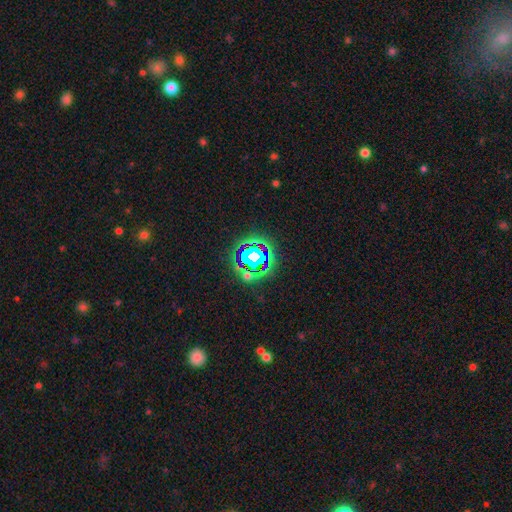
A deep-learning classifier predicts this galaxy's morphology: Smooth or featured? star or artifact (72%)